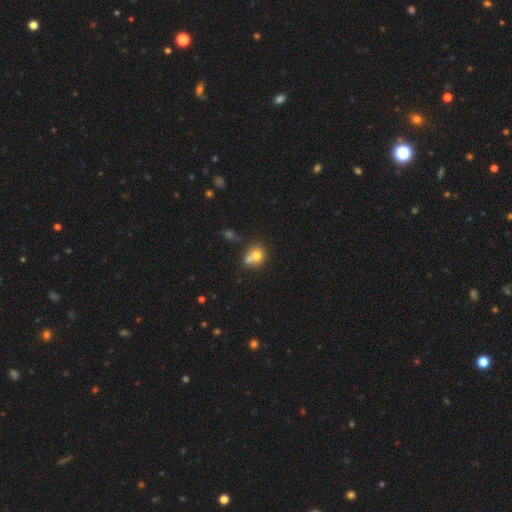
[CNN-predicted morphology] Smooth or featured?
  - smooth: 73% *
  - featured or disk: 16%
  - star or artifact: 11%
How rounded?
  - round: 69% *
  - in between: 30%
  - cigar-shaped: 1%
Merging?
  - merger: 52% *
  - none: 32%
  - minor disturbance: 11%
  - major disturbance: 5%